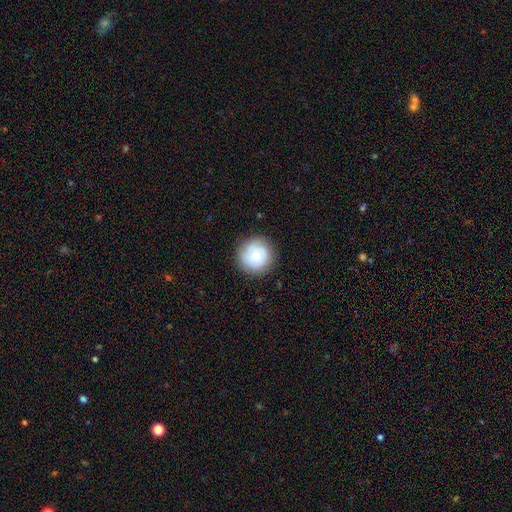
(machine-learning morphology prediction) This appears to be a smooth galaxy with no disk features (68%) that is round (93%). Merging: none (85%).